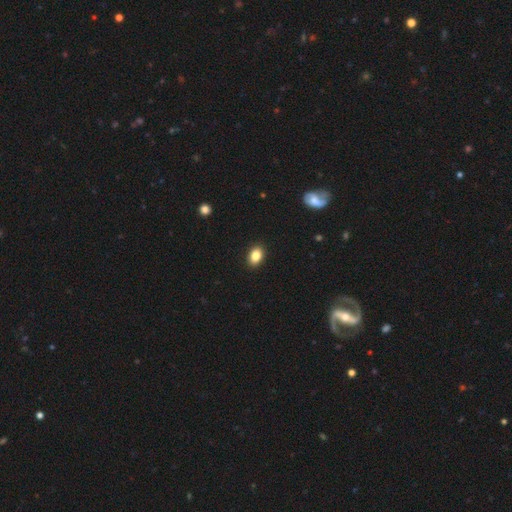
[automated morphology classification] Q: Smooth or featured?
A: smooth (85%); runner-up: star or artifact (9%)
Q: How rounded?
A: in between (80%); runner-up: round (19%)
Q: Merging?
A: none (91%); runner-up: minor disturbance (7%)